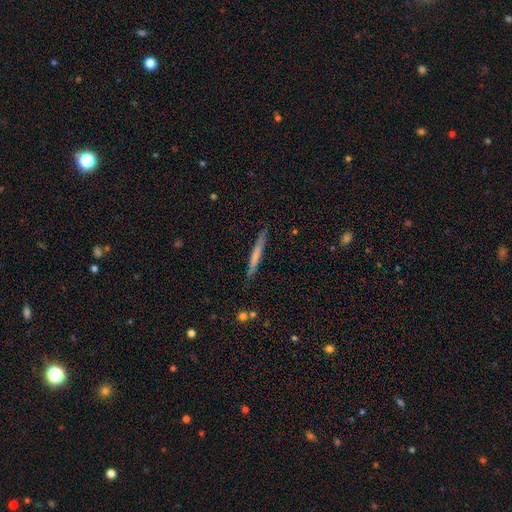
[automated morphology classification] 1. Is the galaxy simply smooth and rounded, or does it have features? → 58% smooth, 36% featured or disk, 6% star or artifact.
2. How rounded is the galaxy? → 96% cigar-shaped, 3% in between, 1% round.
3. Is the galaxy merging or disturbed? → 86% none, 10% minor disturbance, 2% major disturbance, 2% merger.